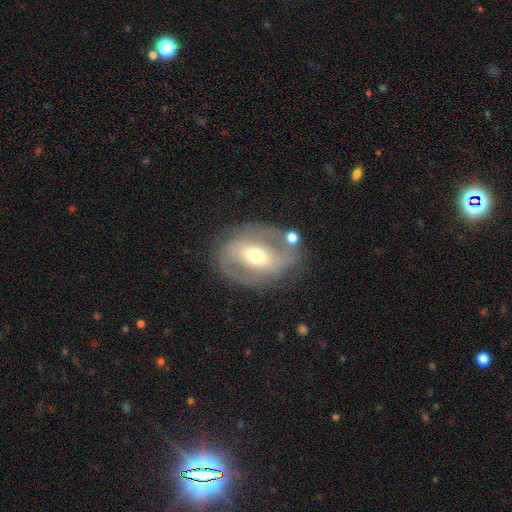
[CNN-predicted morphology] smooth-or-featured: featured or disk: 74% | smooth: 20% | star or artifact: 7%
  disk-edge-on: no: 94% | yes: 6%
    bar: strong: 39% | weak: 38% | no: 23%
    has-spiral-arms: yes: 71% | no: 29%
    bulge-size: moderate: 67% | small: 23% | large: 8% | dominant: 1% | none: 1%
  merging: none: 71% | minor disturbance: 16% | major disturbance: 8% | merger: 5%